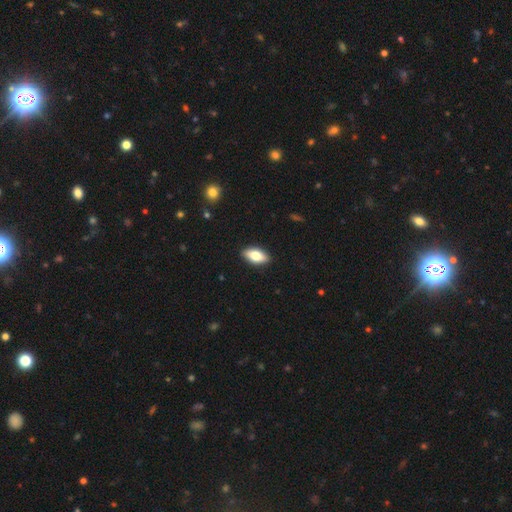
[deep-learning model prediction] A smooth galaxy with no disk features (74%) that is in between round and cigar-shaped (89%).

Vote fractions:
- Smooth or featured? smooth: 74% / featured or disk: 20% / star or artifact: 6%
- How rounded? in between: 89% / cigar-shaped: 8% / round: 3%
- Merging? none: 90% / minor disturbance: 8% / major disturbance: 2% / merger: 1%